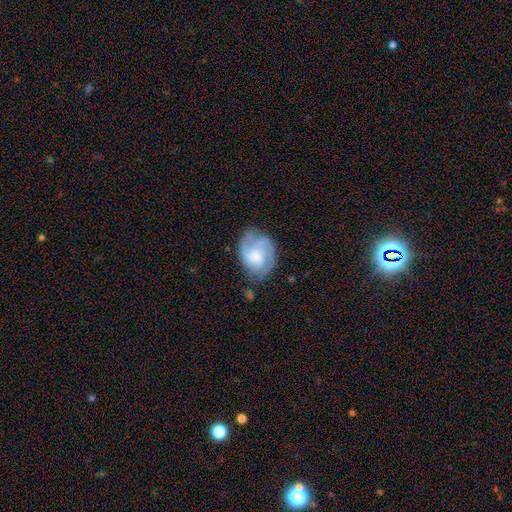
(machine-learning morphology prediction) Smooth or featured? Predicted: featured or disk (p=0.63). Edge-on disk? Predicted: no (p=0.98). Bar? Predicted: no (p=0.61). Spiral arms? Predicted: yes (p=0.86). Spiral winding? Predicted: medium (p=0.45). Spiral arm count? Predicted: 2 (p=0.29, tied with can't tell). Bulge size? Predicted: moderate (p=0.40). Merging? Predicted: none (p=0.57).